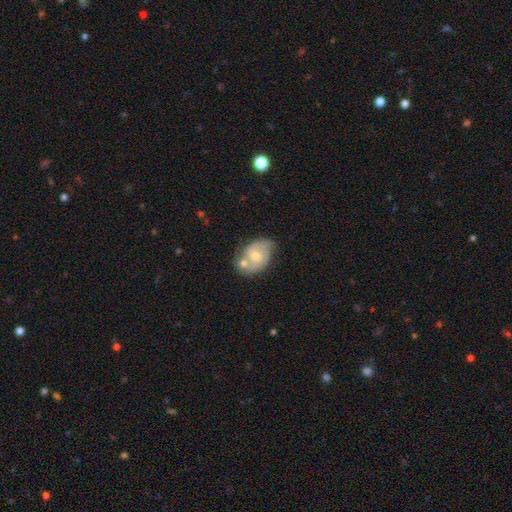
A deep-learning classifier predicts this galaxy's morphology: The model was most divided on "bar": no: 52%, weak: 40%, strong: 8%. Remaining: edge-on disk — no (96%); spiral arms — yes (76%); bulge size — moderate (57%); smooth or featured — featured or disk (57%); merging — none (42%).